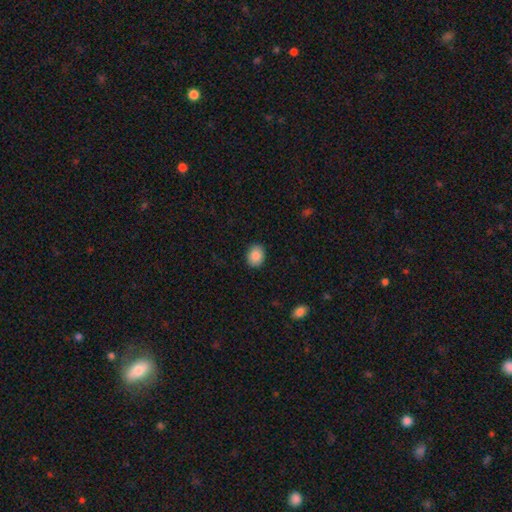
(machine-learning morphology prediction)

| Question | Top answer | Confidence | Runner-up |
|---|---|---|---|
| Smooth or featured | smooth | 88% | star or artifact (8%) |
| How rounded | in between | 53% | round (46%) |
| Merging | none | 89% | minor disturbance (8%) |